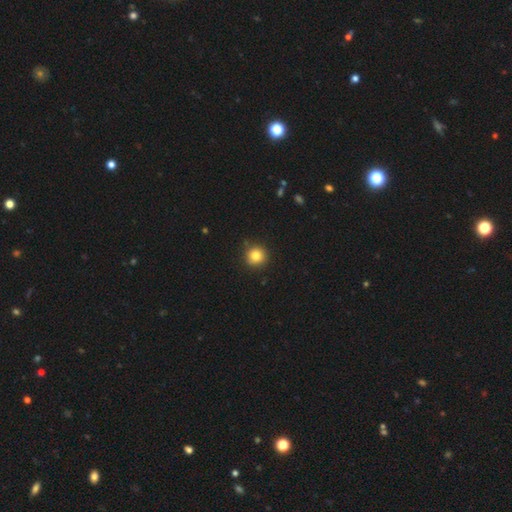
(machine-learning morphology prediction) Smooth or featured: smooth — 83% (star or artifact — 11%)
How rounded: round — 94% (in between — 5%)
Merging: none — 89% (minor disturbance — 8%)